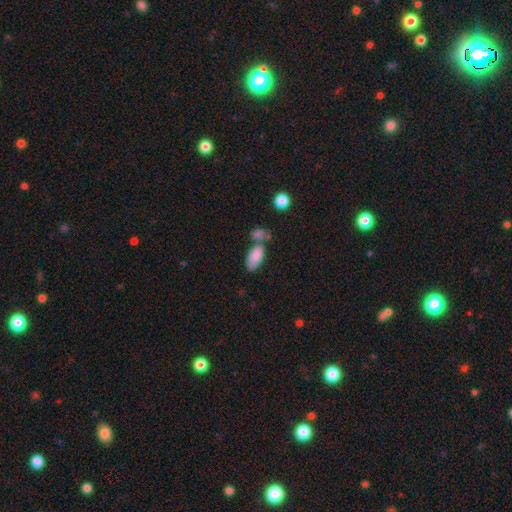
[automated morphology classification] A smooth galaxy with no disk features (85%) that is in between round and cigar-shaped (91%). Merging: none (45%).